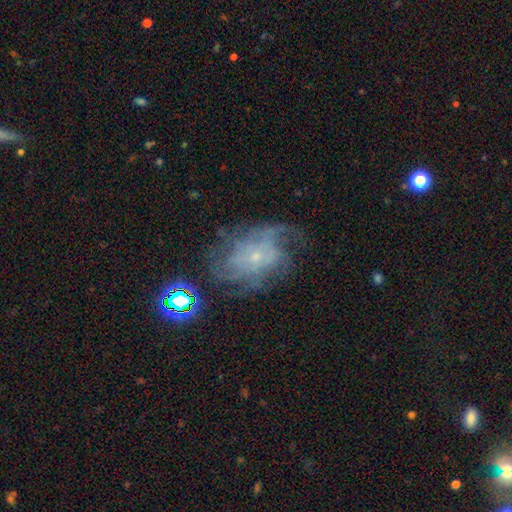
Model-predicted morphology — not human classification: This is likely a featured or disk galaxy (74%). It is clearly not viewed edge-on (97%). Bar: likely no (78%). Spiral arm pattern: clearly yes (84%). Spiral arm count: possibly can't tell (48%). Spiral winding: marginally tight (40%). Central bulge: clearly small (82%). Merging: possibly none (54%).